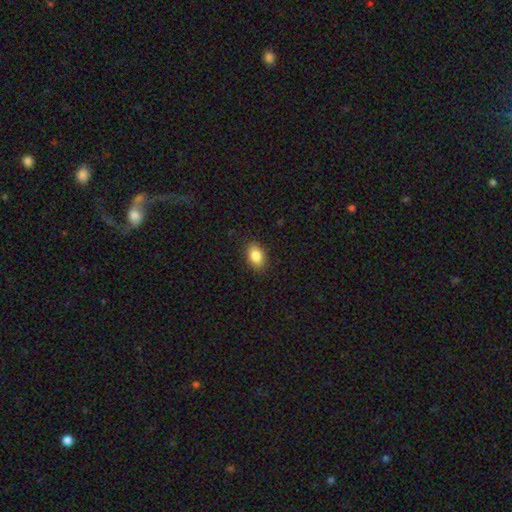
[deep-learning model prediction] A smooth galaxy with no disk features (86%) that is in between round and cigar-shaped (85%). Merging: none (88%).